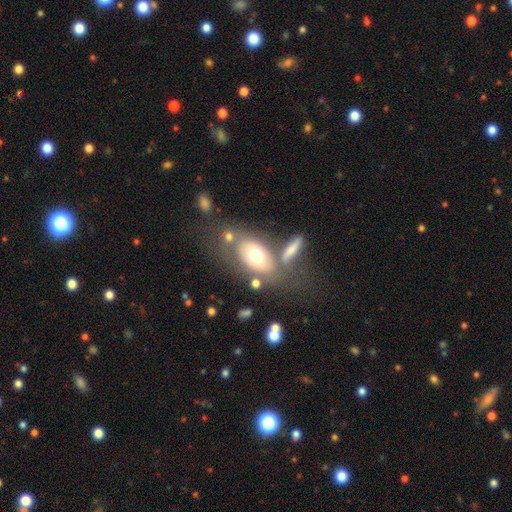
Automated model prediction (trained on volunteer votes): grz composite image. It shows a smooth galaxy with no disk features (55%) that is in between round and cigar-shaped (84%). Merging: none (54%).